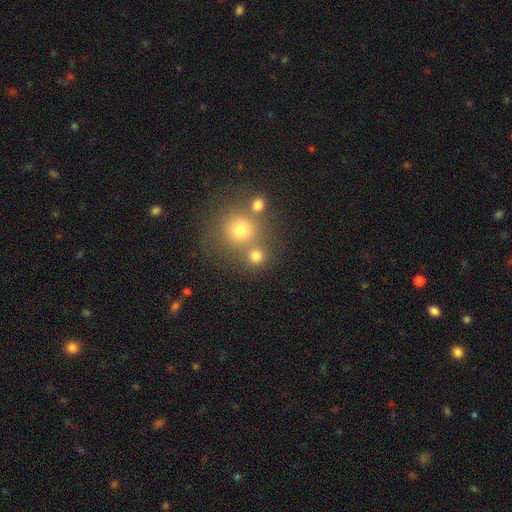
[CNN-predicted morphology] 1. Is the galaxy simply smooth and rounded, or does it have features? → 76% smooth, 16% star or artifact, 8% featured or disk.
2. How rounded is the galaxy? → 89% round, 9% in between, 1% cigar-shaped.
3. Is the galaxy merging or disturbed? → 65% none, 24% merger, 7% minor disturbance, 4% major disturbance.